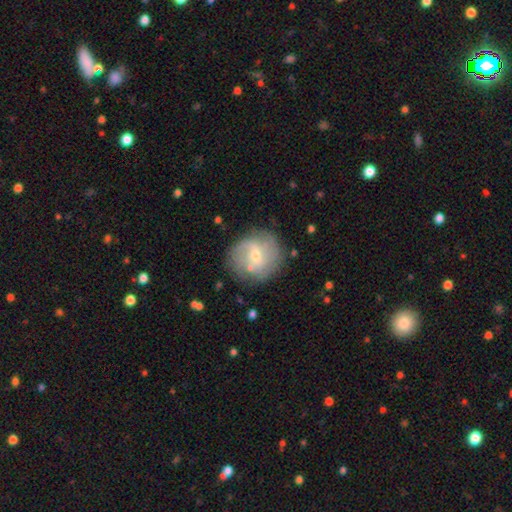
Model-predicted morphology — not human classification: smooth-or-featured: featured or disk: 61% | smooth: 30% | star or artifact: 8%
  disk-edge-on: no: 97% | yes: 3%
    bar: weak: 49% | no: 37% | strong: 14%
    has-spiral-arms: yes: 73% | no: 27%
    bulge-size: small: 64% | moderate: 32% | none: 2% | large: 1% | dominant: 1%
  merging: none: 74% | minor disturbance: 16% | major disturbance: 6% | merger: 4%